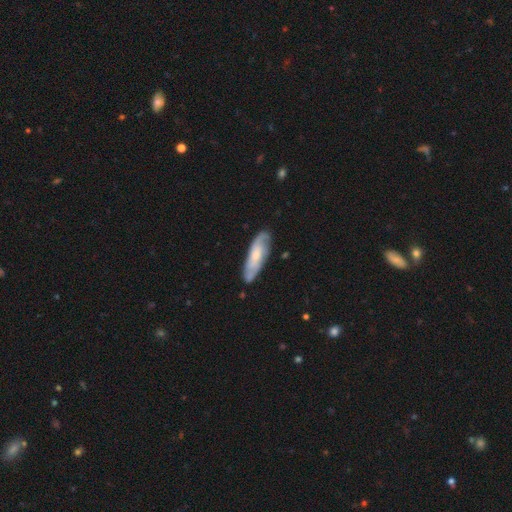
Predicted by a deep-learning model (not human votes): featured or disk 56%, smooth 38%, star or artifact 6%. Down the decision tree: edge-on disk — no (77%); merging — none (76%).